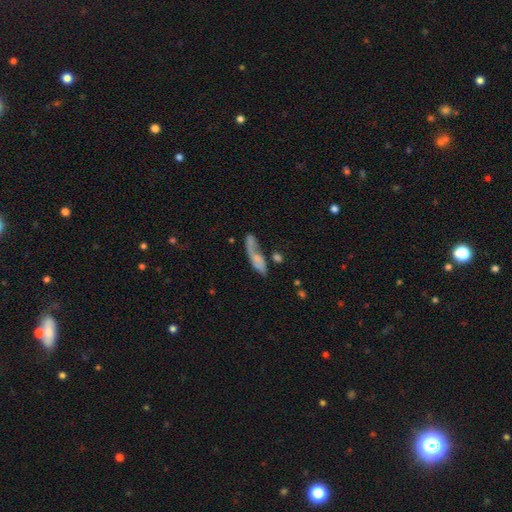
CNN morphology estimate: Overall: featured or disk (45%; smooth 43%). Merging: none (41%; major disturbance 21%).